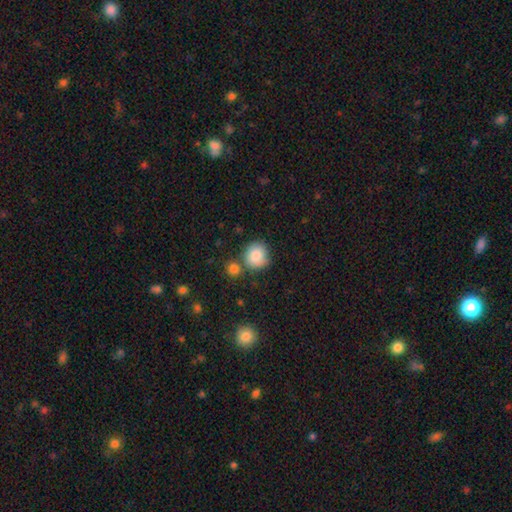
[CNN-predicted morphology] smooth_or_featured: smooth (p=0.84) [alt: star or artifact p=0.08]
how_rounded: round (p=0.84) [alt: in between p=0.15]
merging: none (p=0.68) [alt: merger p=0.15]